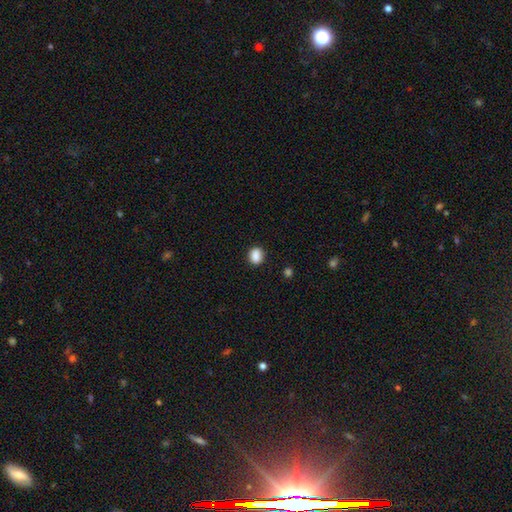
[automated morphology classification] This appears to be a smooth galaxy with no disk features (87%) that is round (58%). Merging: none (85%).